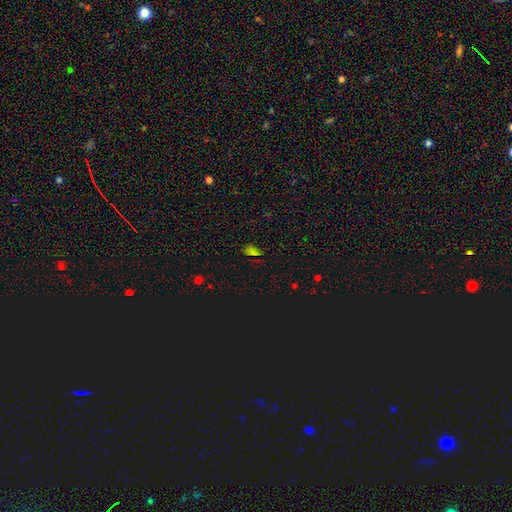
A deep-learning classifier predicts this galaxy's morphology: type=star or artifact (59%).